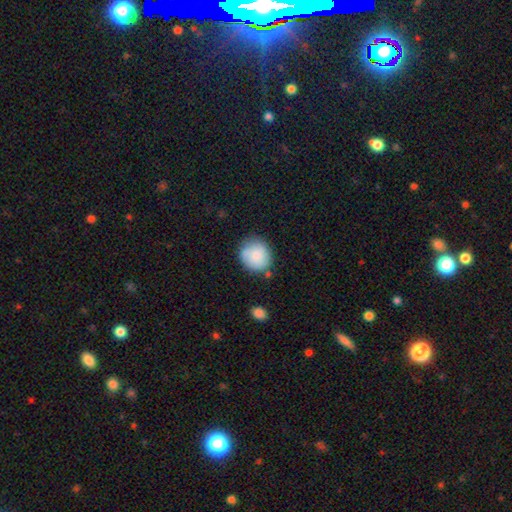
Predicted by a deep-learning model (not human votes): A smooth galaxy with no disk features (83%) that is round (85%). Merging: none (72%).